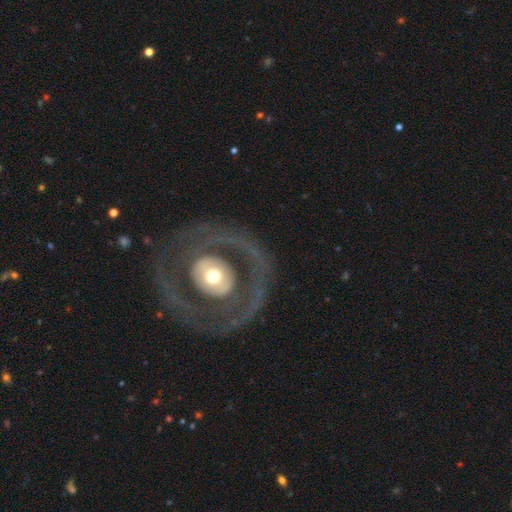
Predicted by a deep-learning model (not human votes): A featured or disk galaxy (74%) with no bar (78%), no spiral arms (62%) and a moderate central bulge (56%).

Vote fractions:
- Smooth or featured? featured or disk: 74% / smooth: 20% / star or artifact: 6%
- Edge-on disk? no: 95% / yes: 5%
- Bar? no: 78% / weak: 13% / strong: 9%
- Spiral arms? no: 62% / yes: 38%
- Bulge size? moderate: 56% / large: 19% / small: 19% / dominant: 4% / none: 2%
- Merging? none: 77% / minor disturbance: 12% / major disturbance: 9% / merger: 2%